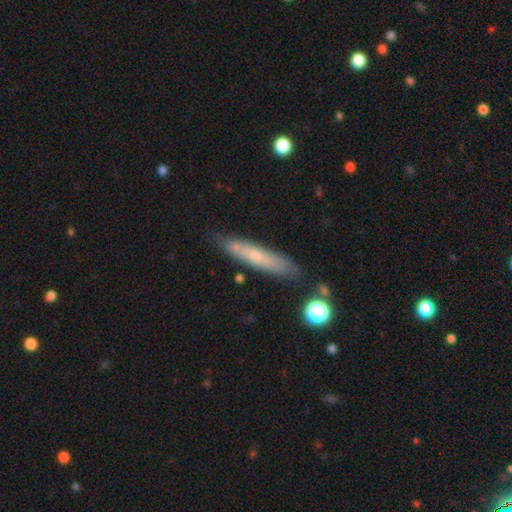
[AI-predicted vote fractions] This appears to be a smooth galaxy with no disk features (59%) that is cigar-shaped (89%). Merging: none (78%).